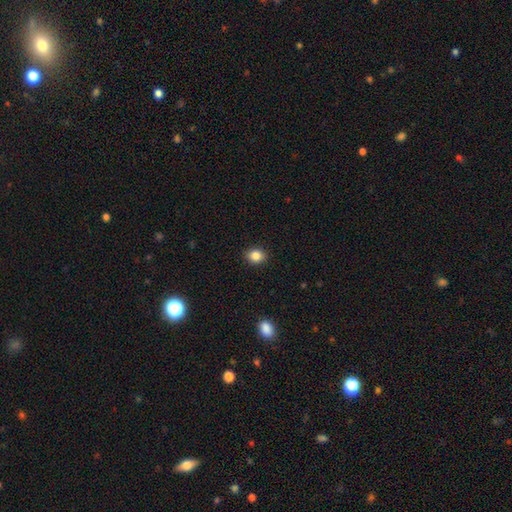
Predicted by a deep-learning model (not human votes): Overall: smooth (86%). How rounded: round (62%; in between 37%). Merging: none (90%).